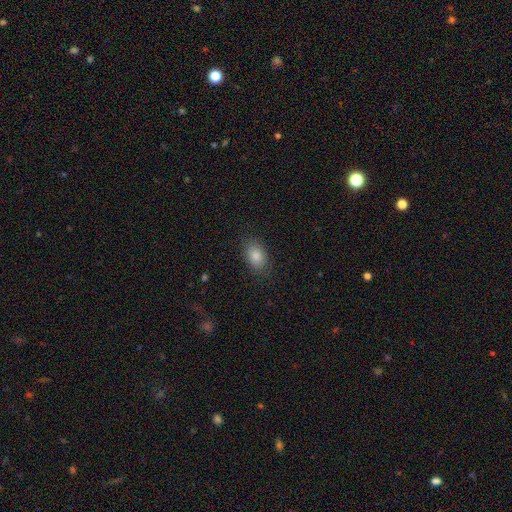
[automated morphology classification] smooth 82%, star or artifact 10%, featured or disk 8%. Down the decision tree: how rounded — in between (83%); merging — none (85%).